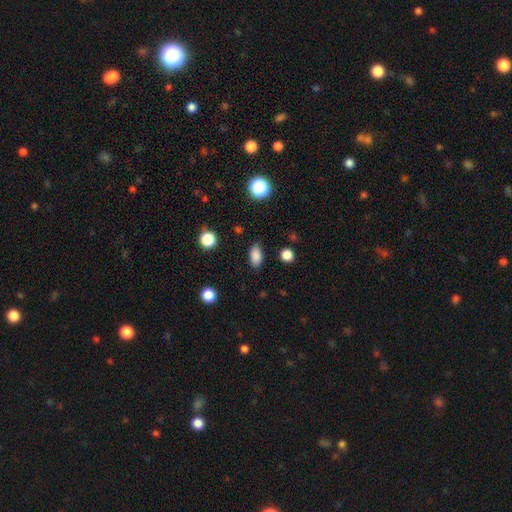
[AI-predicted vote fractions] A smooth galaxy with no disk features (85%) that is in between round and cigar-shaped (88%). Merging: none (84%).